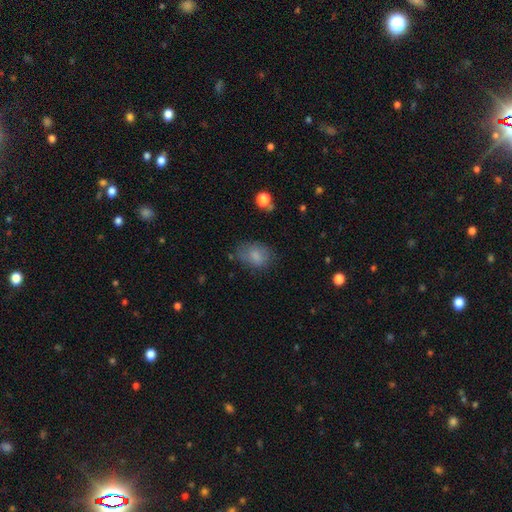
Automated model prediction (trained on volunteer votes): This is likely a smooth galaxy (80%). How rounded: likely in between (75%). Merging: likely none (62%).